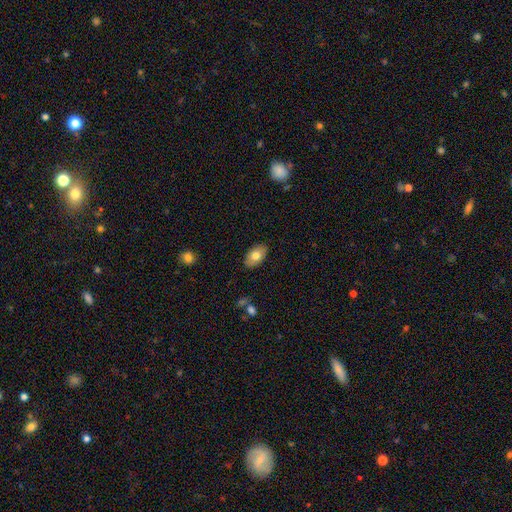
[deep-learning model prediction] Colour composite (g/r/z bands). It shows a smooth galaxy with no disk features (76%) that is in between round and cigar-shaped (92%). Merging: none (86%).